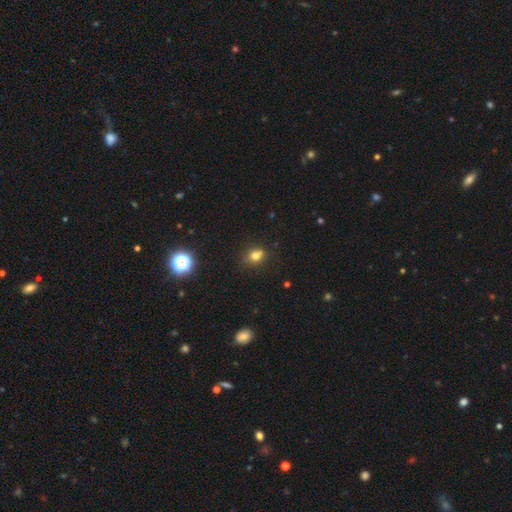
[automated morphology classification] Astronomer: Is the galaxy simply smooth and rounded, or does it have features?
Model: smooth — 71%.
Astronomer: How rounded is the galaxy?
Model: round — 53% (runner-up: in between, 45%).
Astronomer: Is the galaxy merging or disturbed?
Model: none — 61%.